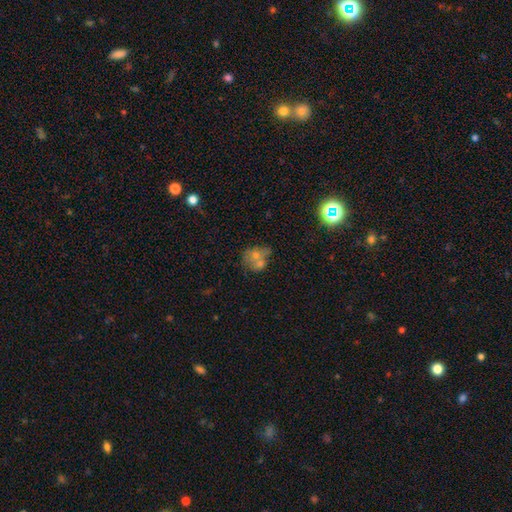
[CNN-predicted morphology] This is possibly a smooth galaxy (46%). Merging: possibly merger (47%).